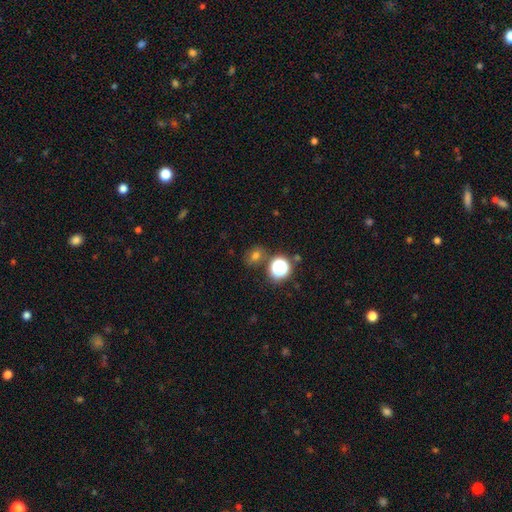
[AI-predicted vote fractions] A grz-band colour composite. It shows a smooth galaxy with no disk features (65%) that is round (53%). Merging: none (75%).